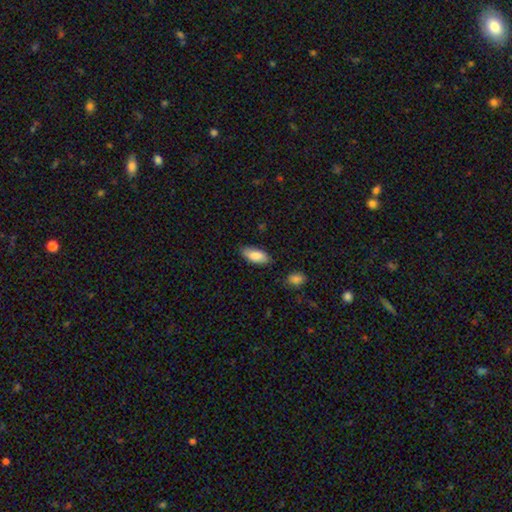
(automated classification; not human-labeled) The model was most divided on "merging": none: 82%, minor disturbance: 13%, major disturbance: 3%, merger: 2%. More confident: how rounded — in between (86%); smooth or featured — smooth (85%).